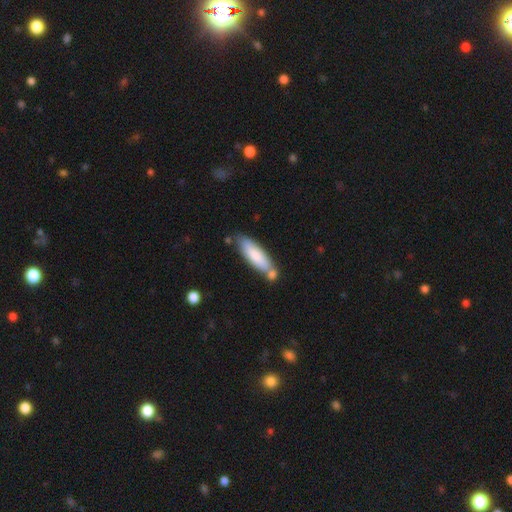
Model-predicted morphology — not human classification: The model was most divided on "how rounded": cigar-shaped: 56%, in between: 42%, round: 1%. More confident: smooth or featured — smooth (79%); merging — none (59%).